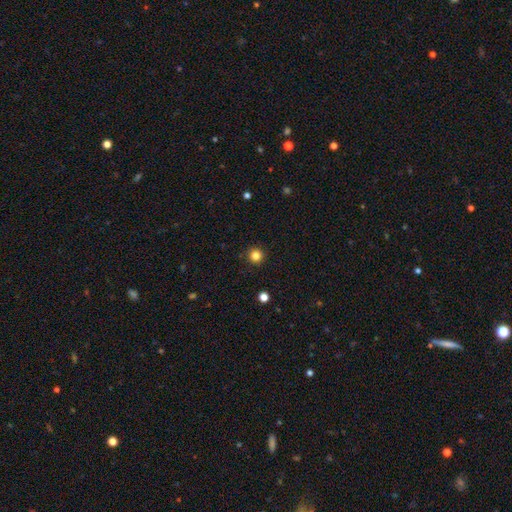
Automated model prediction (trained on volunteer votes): smooth_or_featured: smooth (p=0.82) [alt: star or artifact p=0.13]
how_rounded: round (p=0.96) [alt: in between p=0.03]
merging: none (p=0.92) [alt: minor disturbance p=0.05]